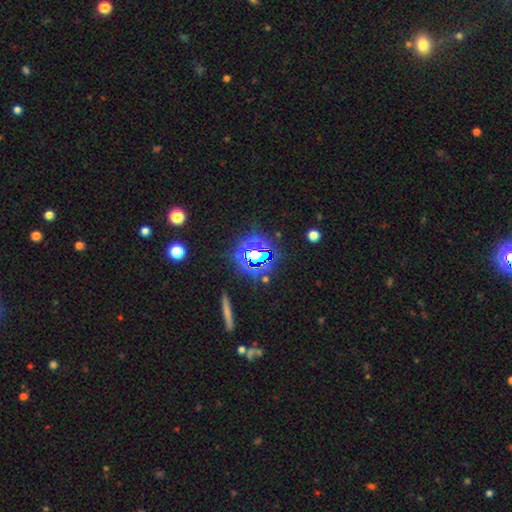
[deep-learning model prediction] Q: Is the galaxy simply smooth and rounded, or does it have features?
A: star or artifact — 67%.